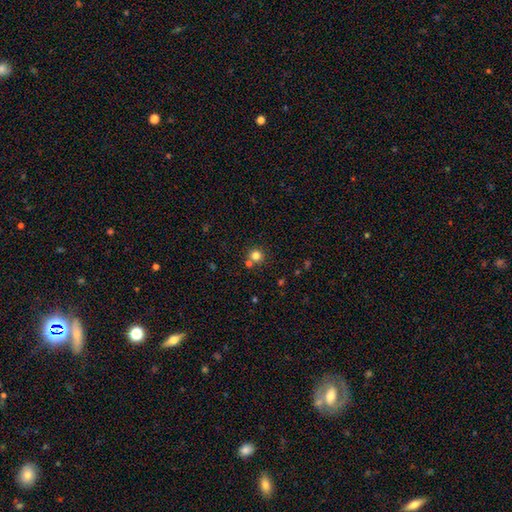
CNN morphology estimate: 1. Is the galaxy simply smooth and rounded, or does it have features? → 79% smooth, 14% star or artifact, 6% featured or disk.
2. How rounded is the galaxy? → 92% round, 7% in between, 1% cigar-shaped.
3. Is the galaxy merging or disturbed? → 72% none, 18% merger, 7% minor disturbance, 3% major disturbance.